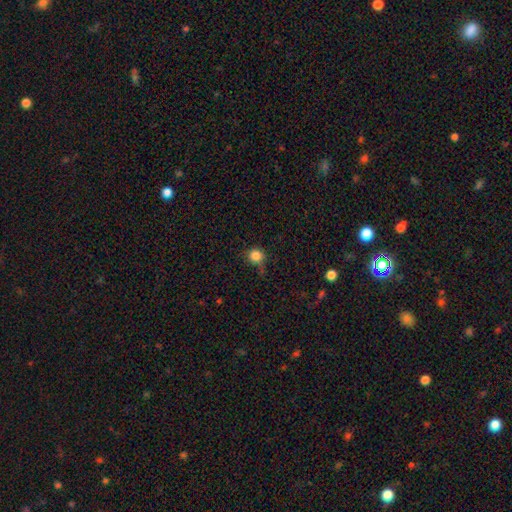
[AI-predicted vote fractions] Overall: smooth (84%). How rounded: round (91%). Merging: none (68%).